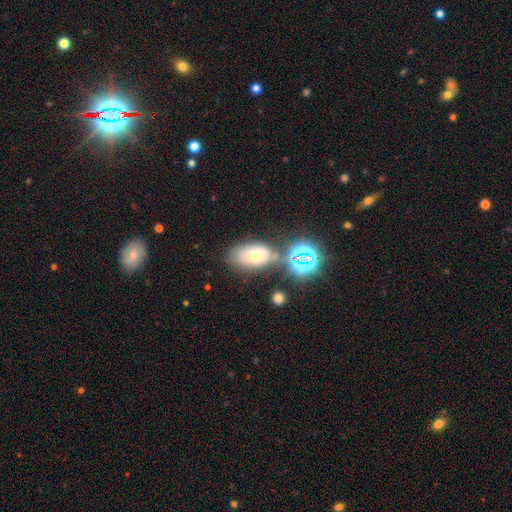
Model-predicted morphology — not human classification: type=smooth (51%); roundness=in between (88%); merging=none (49%).